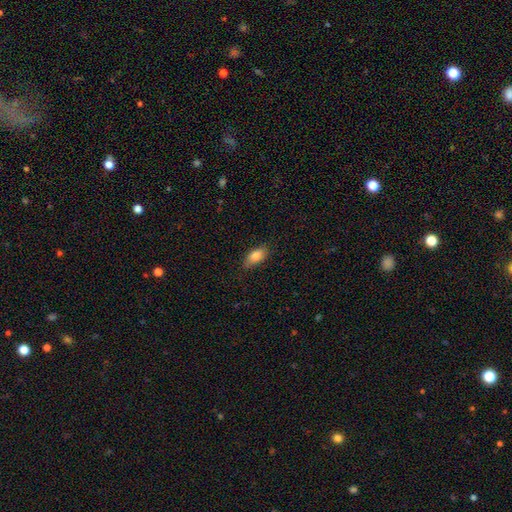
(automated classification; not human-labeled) A smooth galaxy with no disk features (82%) that is in between round and cigar-shaped (88%). Merging: none (82%).